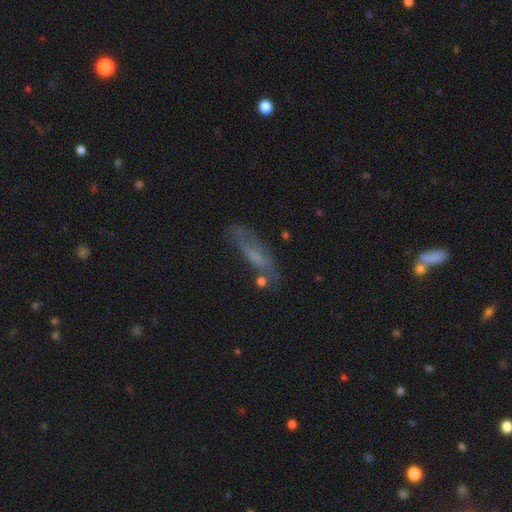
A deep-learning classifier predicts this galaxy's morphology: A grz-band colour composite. It shows a smooth galaxy with no disk features (47%). Merging: none (59%).